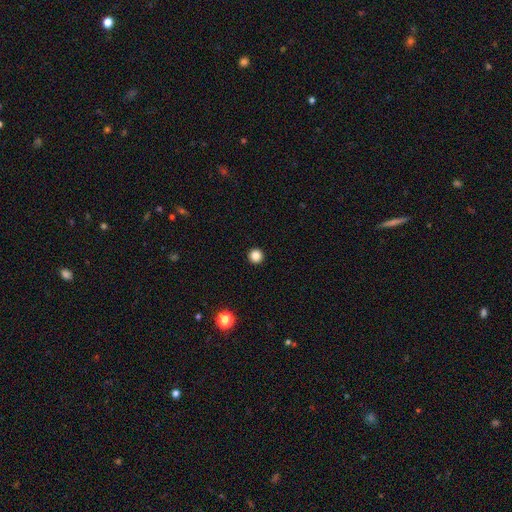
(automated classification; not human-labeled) A smooth galaxy with no disk features (85%) that is round (97%). Merging: none (94%).